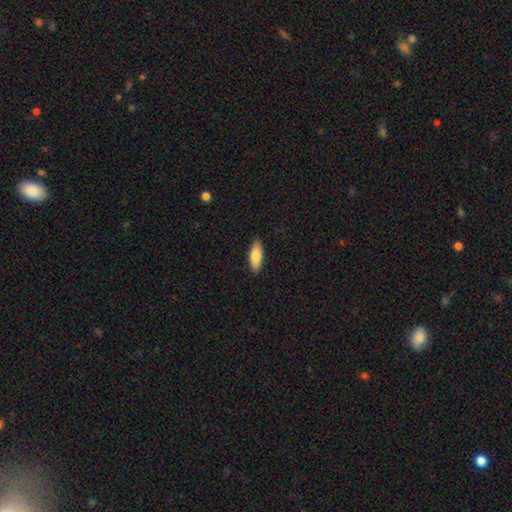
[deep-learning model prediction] A smooth galaxy with no disk features (82%) that is in between round and cigar-shaped (70%). Merging: none (89%).